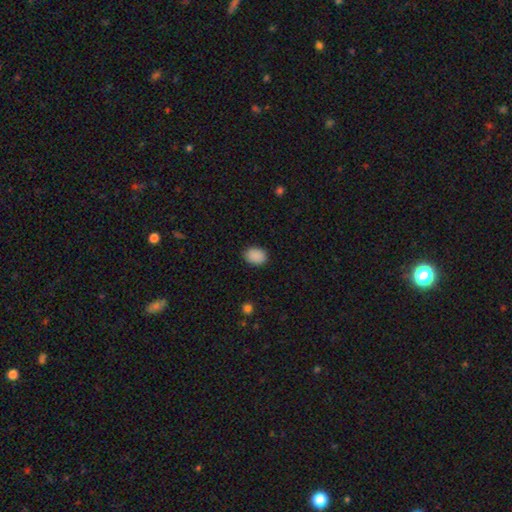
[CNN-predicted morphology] This is clearly a smooth galaxy (89%). How rounded: likely in between (69%). Merging: clearly none (88%).